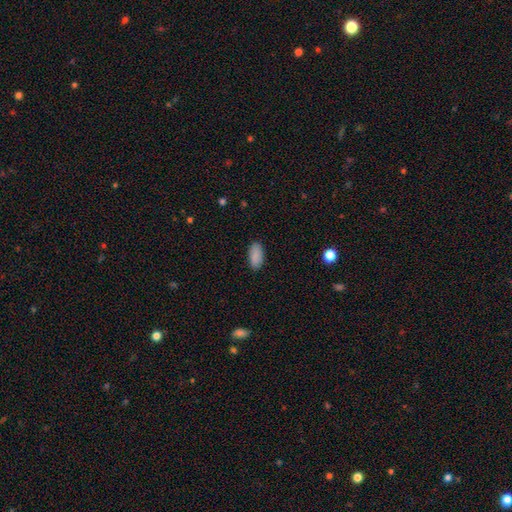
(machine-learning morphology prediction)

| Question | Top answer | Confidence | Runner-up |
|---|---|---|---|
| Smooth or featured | smooth | 89% | star or artifact (7%) |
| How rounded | in between | 91% | cigar-shaped (6%) |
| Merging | none | 87% | minor disturbance (10%) |